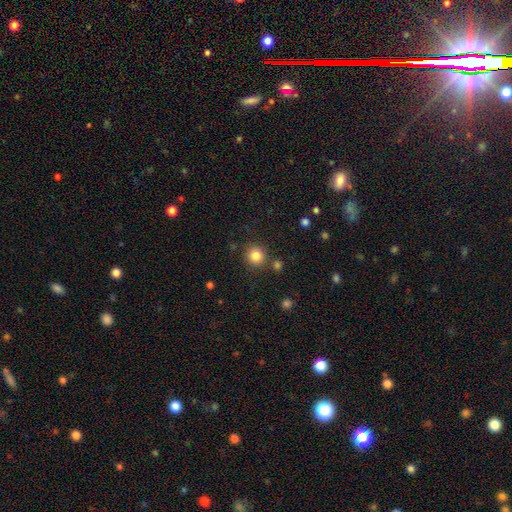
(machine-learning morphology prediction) Smooth or featured? smooth (84%)
How rounded? round (92%)
Merging? none (82%)